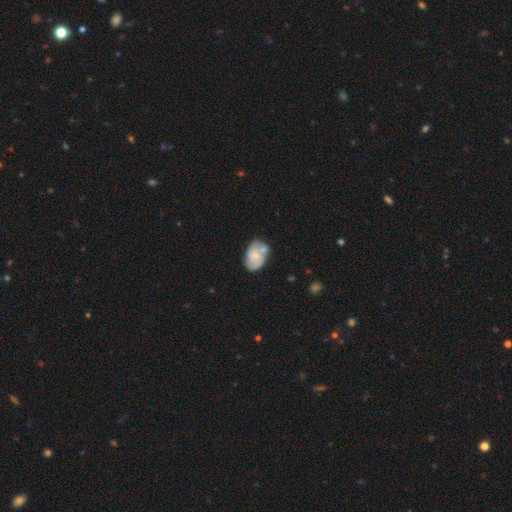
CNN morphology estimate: This is possibly a featured or disk galaxy (52%). It is clearly not viewed edge-on (97%). Bar: possibly no (58%). Spiral arm pattern: likely yes (78%). Central bulge: possibly small (50%). Merging: possibly none (51%).